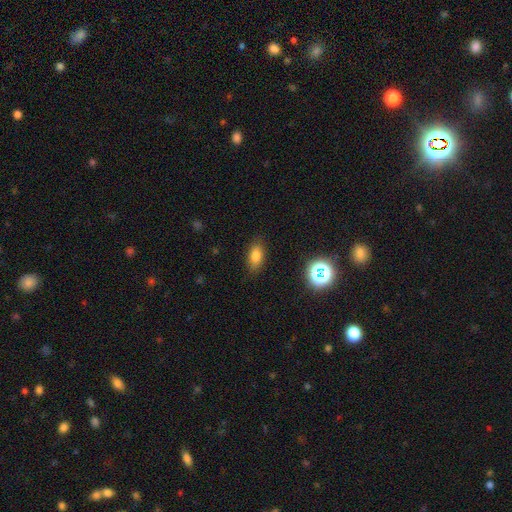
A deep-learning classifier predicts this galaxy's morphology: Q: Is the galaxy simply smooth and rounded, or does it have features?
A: smooth — 79%.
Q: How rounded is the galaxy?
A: in between — 87%.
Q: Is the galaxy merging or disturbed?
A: none — 85%.